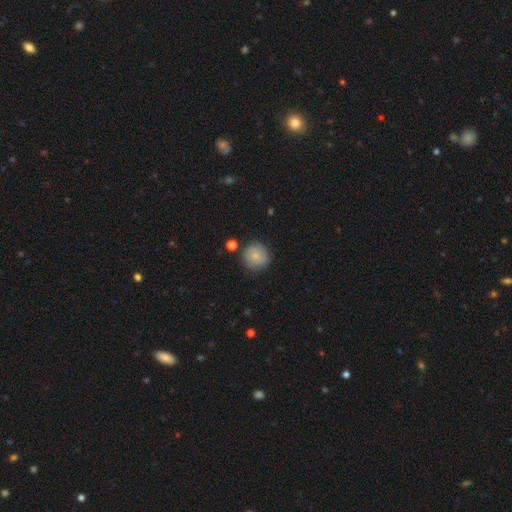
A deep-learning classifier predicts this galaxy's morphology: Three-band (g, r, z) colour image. It shows a smooth galaxy with no disk features (78%) that is round (91%). Merging: none (79%).